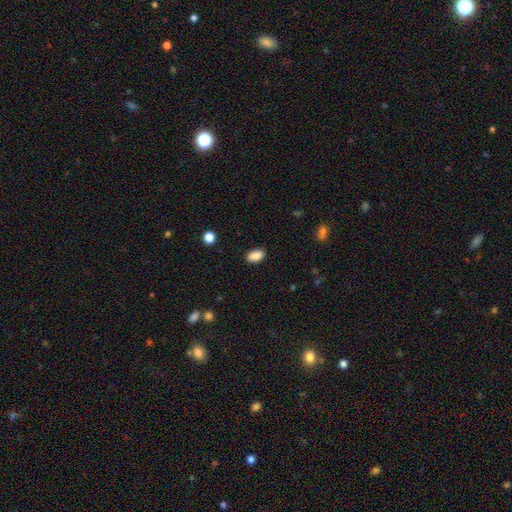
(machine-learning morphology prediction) smooth-or-featured: smooth: 87% | star or artifact: 8% | featured or disk: 5%
  how-rounded: in between: 91% | round: 7% | cigar-shaped: 2%
  merging: none: 86% | minor disturbance: 11% | major disturbance: 2% | merger: 1%